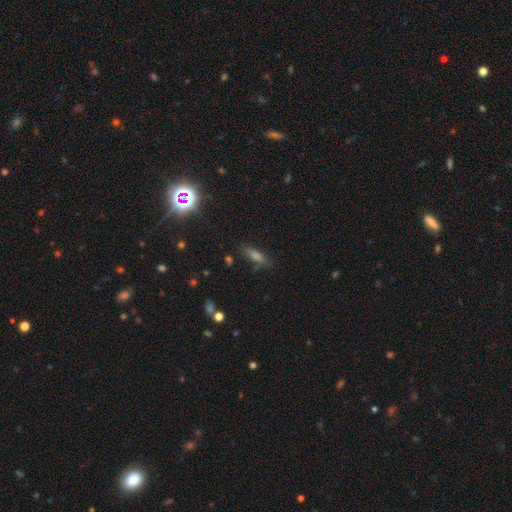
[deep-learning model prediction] smooth-or-featured: smooth: 51% | star or artifact: 29% | featured or disk: 20%
  how-rounded: in between: 50% | cigar-shaped: 44% | round: 6%
  merging: none: 81% | minor disturbance: 13% | major disturbance: 4% | merger: 2%